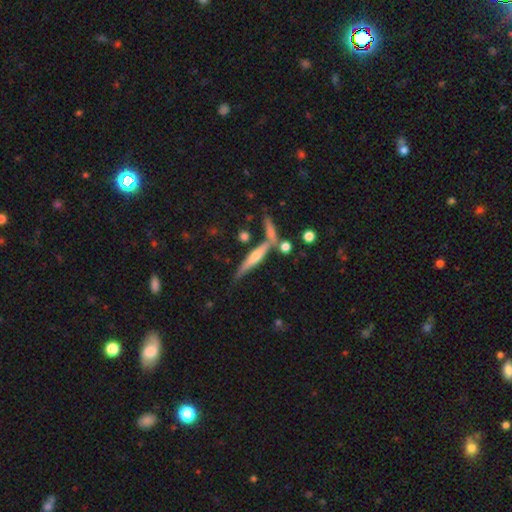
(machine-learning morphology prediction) Q: Smooth or featured?
A: featured or disk (59%); runner-up: smooth (33%)
Q: Edge-on disk?
A: yes (94%); runner-up: no (6%)
Q: Edge-on bulge?
A: rounded (72%); runner-up: none (18%)
Q: Merging?
A: none (67%); runner-up: merger (16%)